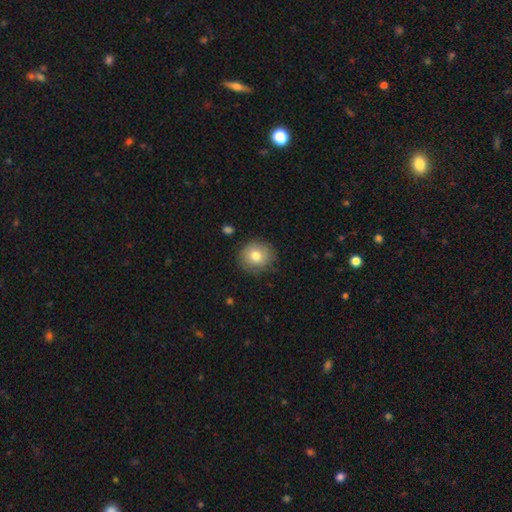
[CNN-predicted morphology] Overall: smooth (74%). How rounded: round (84%). Merging: none (83%).